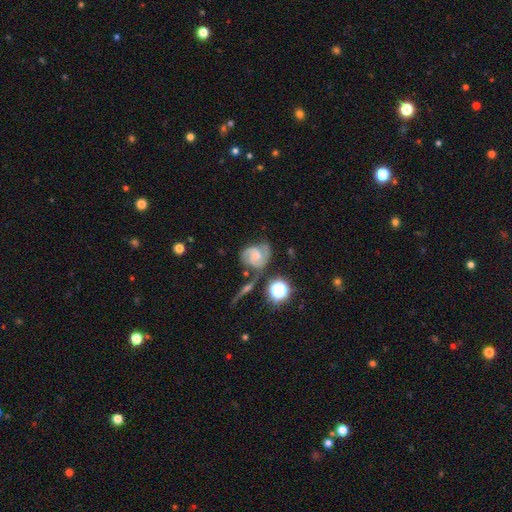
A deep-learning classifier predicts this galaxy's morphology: Smooth or featured? Predicted: featured or disk (p=0.76). Edge-on disk? Predicted: no (p=0.97). Bar? Predicted: no (p=0.53). Spiral arms? Predicted: yes (p=0.95). Spiral winding? Predicted: medium (p=0.49). Spiral arm count? Predicted: 2 (p=0.81). Bulge size? Predicted: small (p=0.42). Merging? Predicted: none (p=0.57).